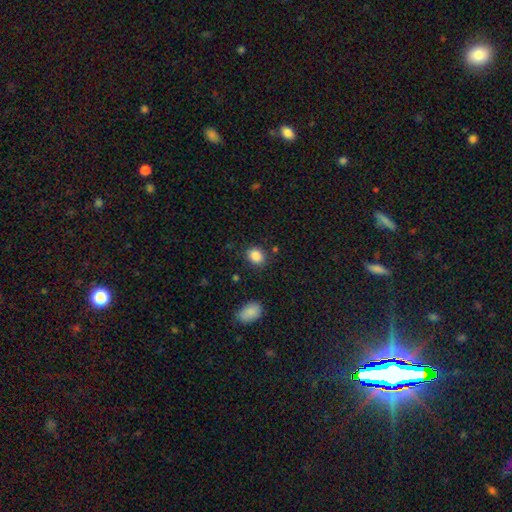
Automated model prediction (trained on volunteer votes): This appears to be a smooth galaxy with no disk features (87%) that is in between round and cigar-shaped (50%). Merging: none (84%).